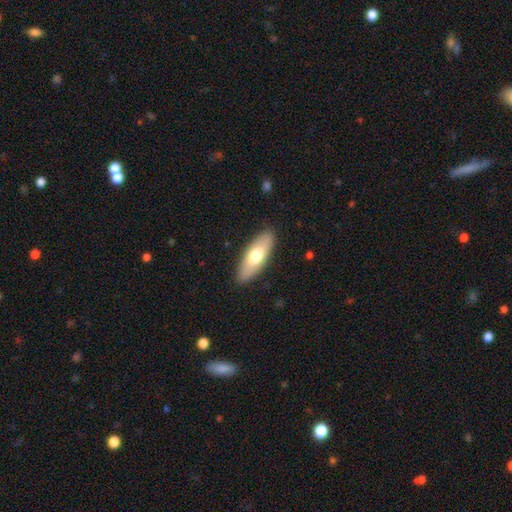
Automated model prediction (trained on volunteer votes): Smooth or featured?
  - smooth: 67% *
  - featured or disk: 28%
  - star or artifact: 5%
How rounded?
  - in between: 66% *
  - cigar-shaped: 32%
  - round: 2%
Merging?
  - none: 88% *
  - minor disturbance: 9%
  - major disturbance: 2%
  - merger: 1%